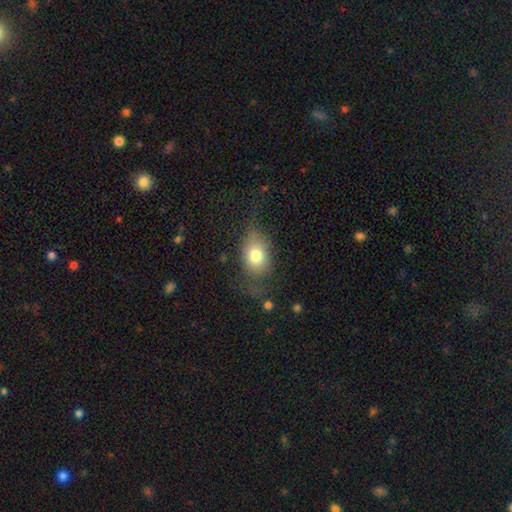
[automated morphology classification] smooth-or-featured: smooth: 75% | featured or disk: 16% | star or artifact: 9%
  how-rounded: in between: 75% | round: 23% | cigar-shaped: 2%
  merging: none: 52% | minor disturbance: 28% | major disturbance: 18% | merger: 2%